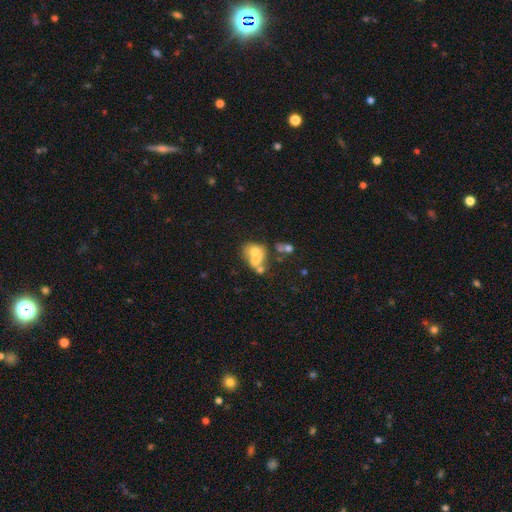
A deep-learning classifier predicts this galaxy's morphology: Smooth or featured? Predicted: smooth (p=0.58). How rounded? Predicted: in between (p=0.55). Merging? Predicted: merger (p=0.59).